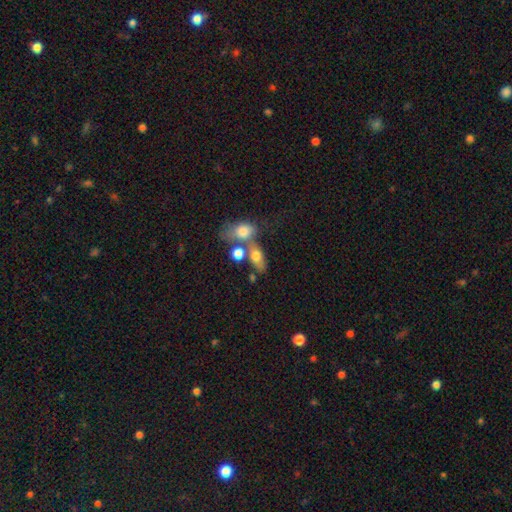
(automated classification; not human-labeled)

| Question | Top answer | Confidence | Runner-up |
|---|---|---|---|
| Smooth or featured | smooth | 69% | featured or disk (21%) |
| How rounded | in between | 76% | round (17%) |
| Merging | merger | 42% | none (37%) |